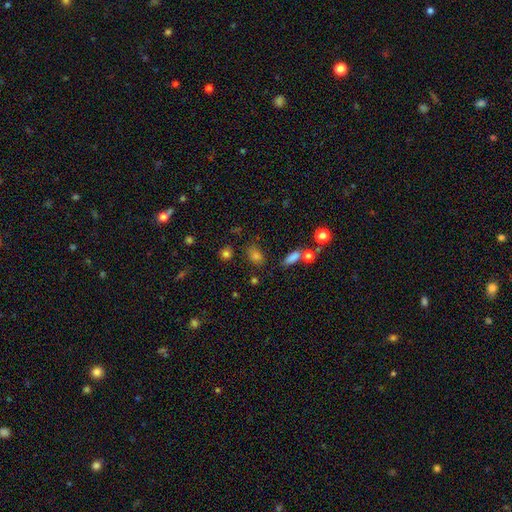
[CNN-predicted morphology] smooth_or_featured: smooth (p=0.74) [alt: star or artifact p=0.19]
how_rounded: in between (p=0.67) [alt: round p=0.27]
merging: none (p=0.71) [alt: minor disturbance p=0.15]